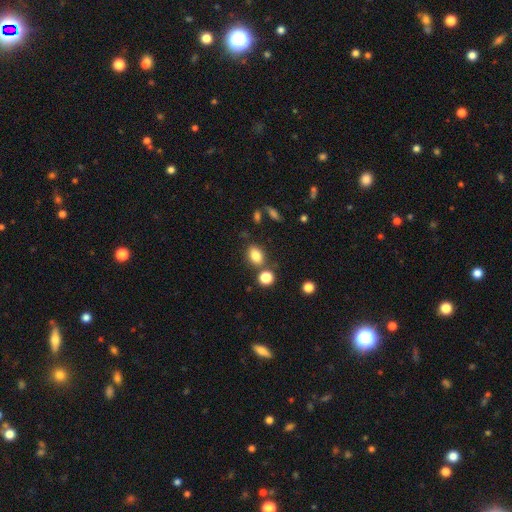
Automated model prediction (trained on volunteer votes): The model was most divided on "how rounded": in between: 75%, round: 23%, cigar-shaped: 2%. More confident: smooth or featured — smooth (83%); merging — none (70%).